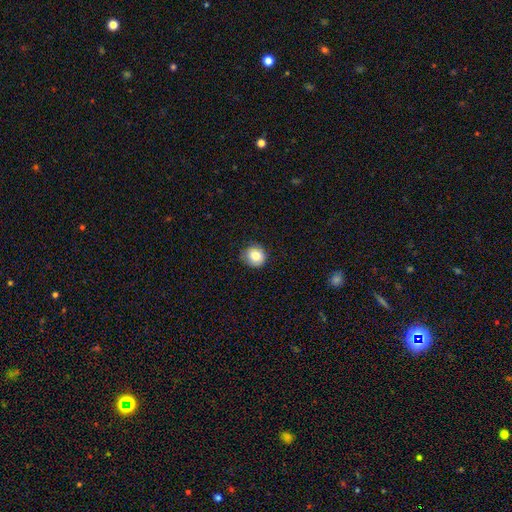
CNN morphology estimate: Q: Smooth or featured?
A: smooth (83%); runner-up: star or artifact (9%)
Q: How rounded?
A: round (90%); runner-up: in between (9%)
Q: Merging?
A: none (79%); runner-up: minor disturbance (16%)